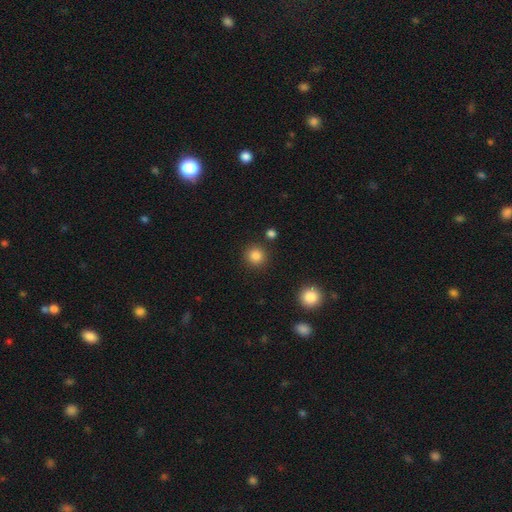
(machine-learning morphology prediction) This is clearly a smooth galaxy (85%). How rounded: clearly round (93%). Merging: clearly none (89%).